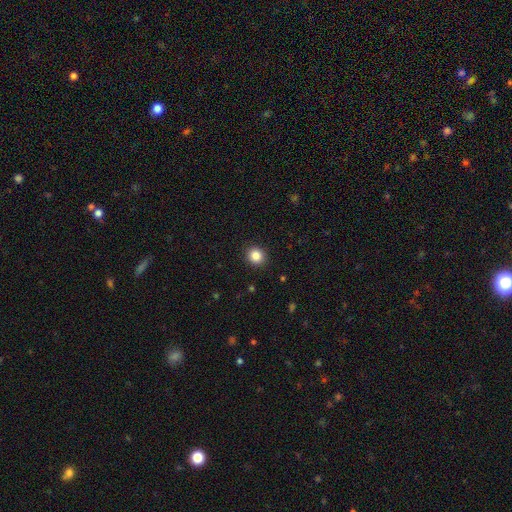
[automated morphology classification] Overall: smooth (85%). How rounded: round (86%). Merging: none (92%).